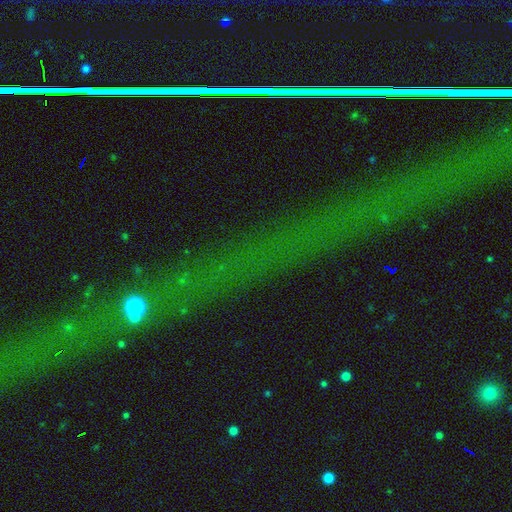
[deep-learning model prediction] star or artifact 80%, featured or disk 11%, smooth 8%.